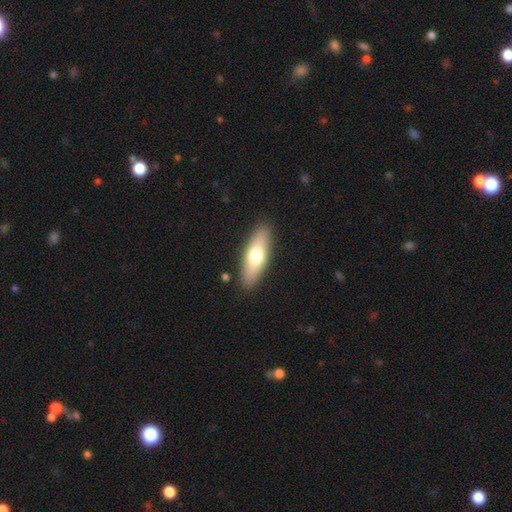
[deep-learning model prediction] Smooth or featured? smooth (64%)
How rounded? in between (53%)
Merging? none (88%)